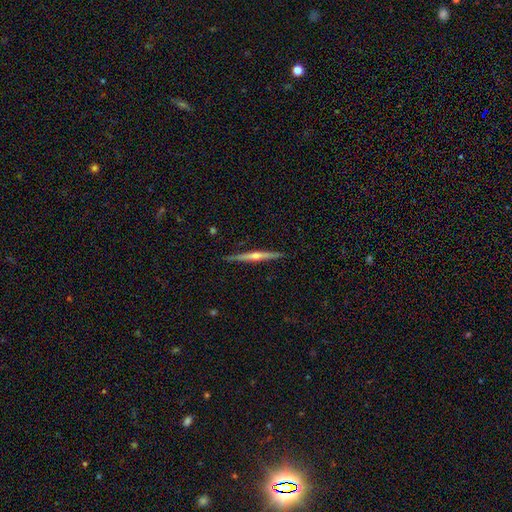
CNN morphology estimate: Smooth or featured?
  - featured or disk: 78% *
  - smooth: 16%
  - star or artifact: 6%
Edge-on disk?
  - yes: 98% *
  - no: 2%
Edge-on bulge?
  - rounded: 83% *
  - none: 12%
  - boxy: 5%
Merging?
  - none: 91% *
  - minor disturbance: 7%
  - major disturbance: 1%
  - merger: 1%